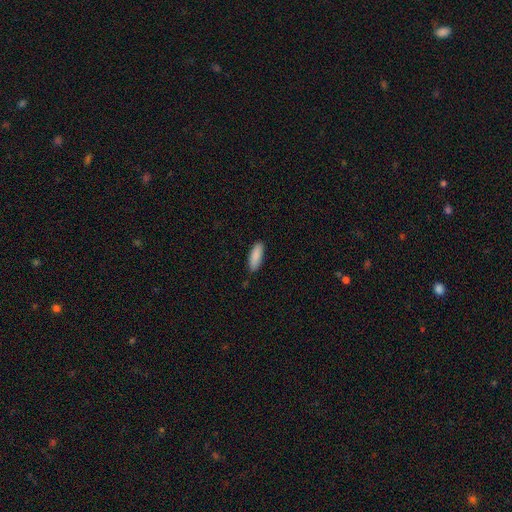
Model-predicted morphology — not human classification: Overall: smooth (89%). How rounded: in between (62%; cigar-shaped 37%). Merging: none (85%).